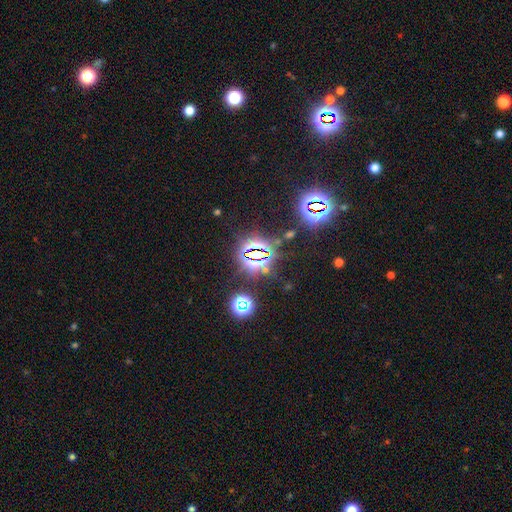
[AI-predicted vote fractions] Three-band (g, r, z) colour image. It shows a star or artifact, not a galaxy (80%).